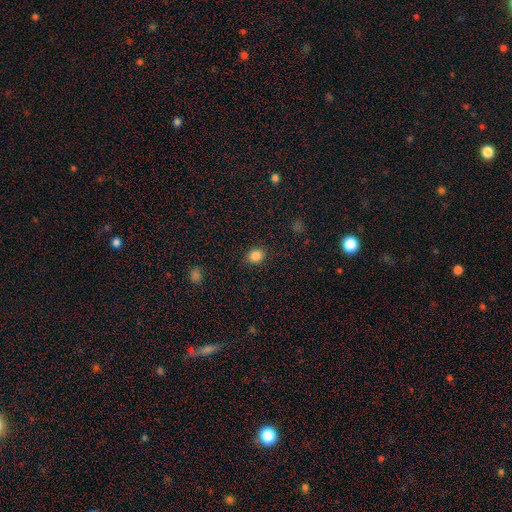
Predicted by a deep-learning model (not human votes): smooth-or-featured: smooth: 85% | star or artifact: 11% | featured or disk: 4%
  how-rounded: round: 69% | in between: 30% | cigar-shaped: 1%
  merging: none: 87% | minor disturbance: 9% | major disturbance: 3% | merger: 1%